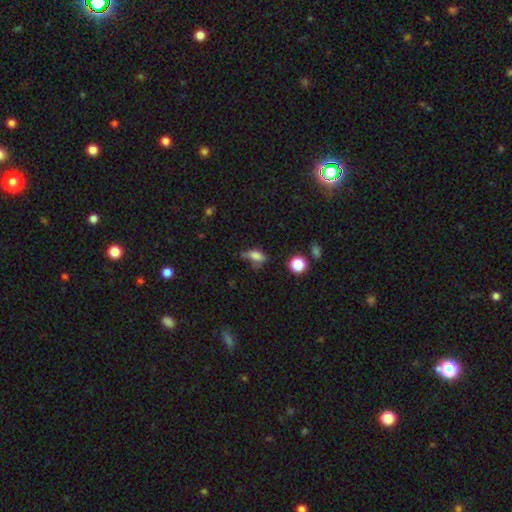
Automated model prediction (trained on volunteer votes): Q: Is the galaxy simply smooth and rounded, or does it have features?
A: smooth — 73%.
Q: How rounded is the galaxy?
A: in between — 76%.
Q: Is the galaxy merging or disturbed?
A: none — 39%.